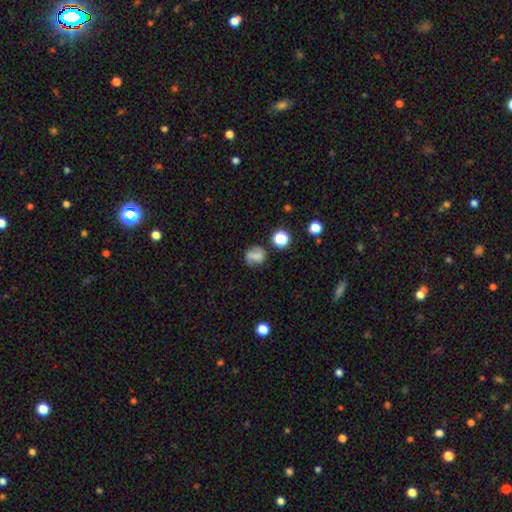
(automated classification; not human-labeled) smooth-or-featured: smooth: 54% | featured or disk: 32% | star or artifact: 14%
  how-rounded: round: 69% | in between: 29% | cigar-shaped: 1%
  merging: none: 65% | minor disturbance: 21% | major disturbance: 10% | merger: 5%